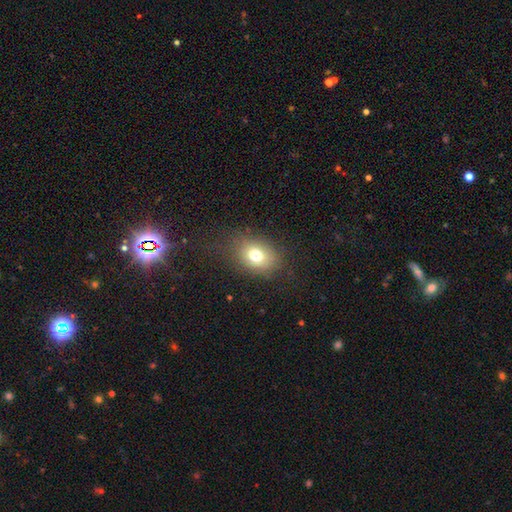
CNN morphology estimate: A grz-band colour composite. It shows a smooth galaxy with no disk features (75%) that is in between round and cigar-shaped (67%). Merging: none (76%).